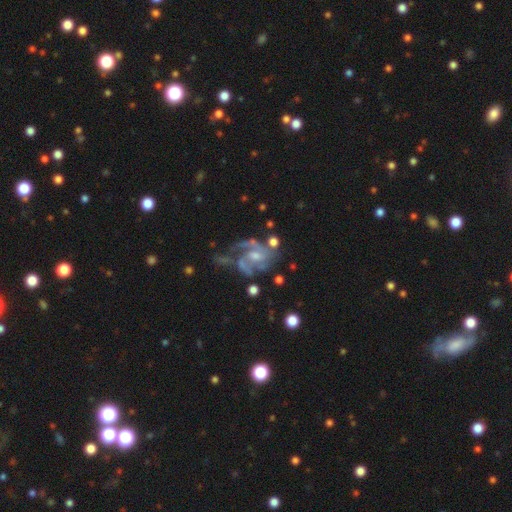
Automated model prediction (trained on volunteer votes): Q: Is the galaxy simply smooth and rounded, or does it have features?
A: featured or disk — 87%.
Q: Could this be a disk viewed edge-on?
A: no — 98%.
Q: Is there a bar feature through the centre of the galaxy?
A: no — 48%.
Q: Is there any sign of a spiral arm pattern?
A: yes — 95%.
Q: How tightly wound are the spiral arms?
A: medium — 52%.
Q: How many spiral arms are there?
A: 2 — 54%.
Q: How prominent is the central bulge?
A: small — 49%.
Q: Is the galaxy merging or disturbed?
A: none — 44%.